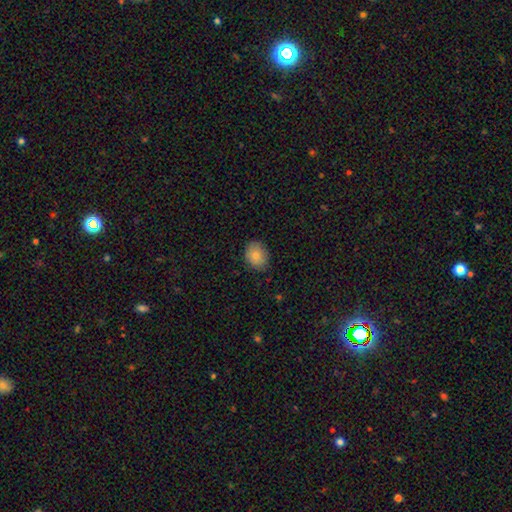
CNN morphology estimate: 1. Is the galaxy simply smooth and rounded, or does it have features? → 82% smooth, 10% featured or disk, 8% star or artifact.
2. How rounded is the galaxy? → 54% in between, 46% round, 1% cigar-shaped.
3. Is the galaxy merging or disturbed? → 82% none, 14% minor disturbance, 3% major disturbance, 1% merger.